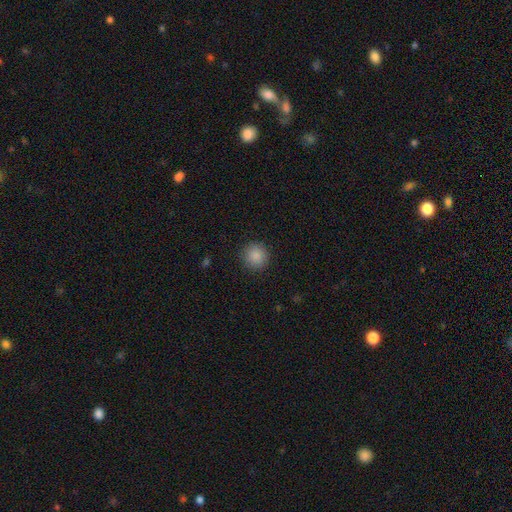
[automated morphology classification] smooth_or_featured: smooth (p=0.87) [alt: star or artifact p=0.09]
how_rounded: round (p=0.93) [alt: in between p=0.06]
merging: none (p=0.90) [alt: minor disturbance p=0.07]